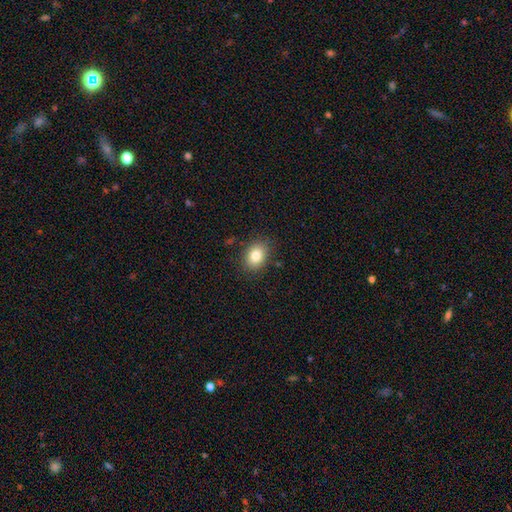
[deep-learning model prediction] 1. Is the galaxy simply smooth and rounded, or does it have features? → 83% smooth, 9% star or artifact, 8% featured or disk.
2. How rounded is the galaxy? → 71% in between, 28% round, 1% cigar-shaped.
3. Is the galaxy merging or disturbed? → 85% none, 11% minor disturbance, 3% major disturbance, 1% merger.